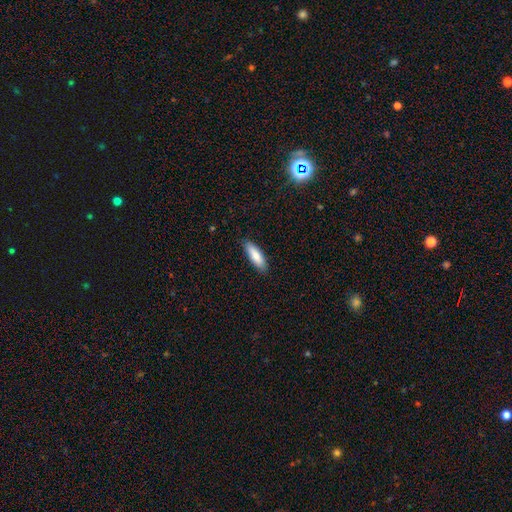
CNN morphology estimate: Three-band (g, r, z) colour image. It shows a smooth galaxy with no disk features (82%) that is in between round and cigar-shaped (51%). Merging: none (86%).